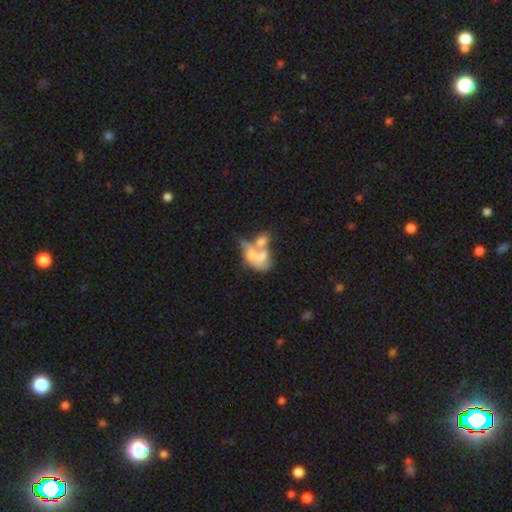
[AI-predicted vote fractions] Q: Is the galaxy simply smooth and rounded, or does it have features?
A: featured or disk — 47%.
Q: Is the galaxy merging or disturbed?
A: merger — 67%.